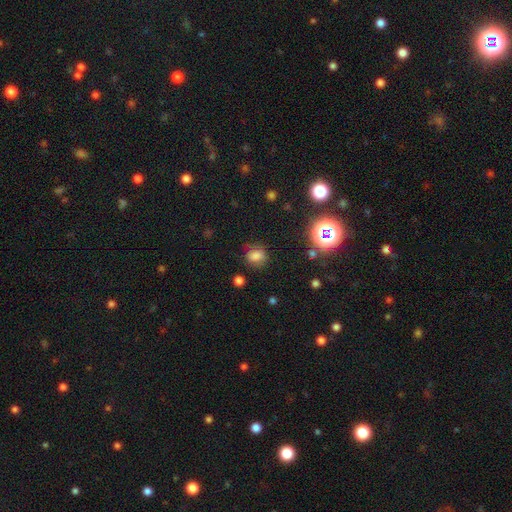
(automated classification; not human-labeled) This appears to be a smooth galaxy with no disk features (71%) that is round (52%). Merging: none (69%).